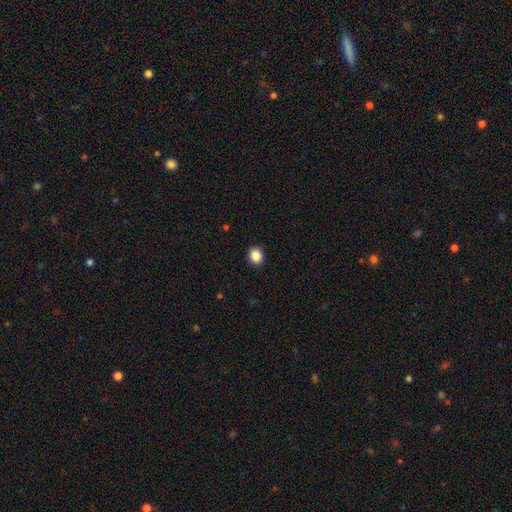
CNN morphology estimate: A smooth galaxy with no disk features (87%) that is round (72%). Merging: none (92%).